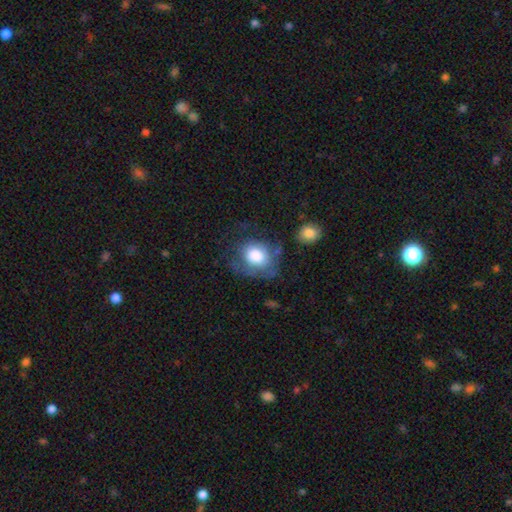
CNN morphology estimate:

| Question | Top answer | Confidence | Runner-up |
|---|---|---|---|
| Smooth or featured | smooth | 74% | featured or disk (18%) |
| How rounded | round | 64% | in between (35%) |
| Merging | none | 44% | minor disturbance (27%) |